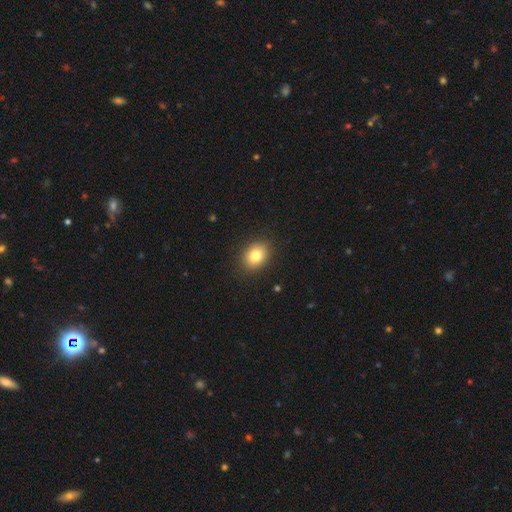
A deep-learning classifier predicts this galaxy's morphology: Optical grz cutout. It shows a smooth galaxy with no disk features (82%) that is in between round and cigar-shaped (56%). Merging: none (89%).